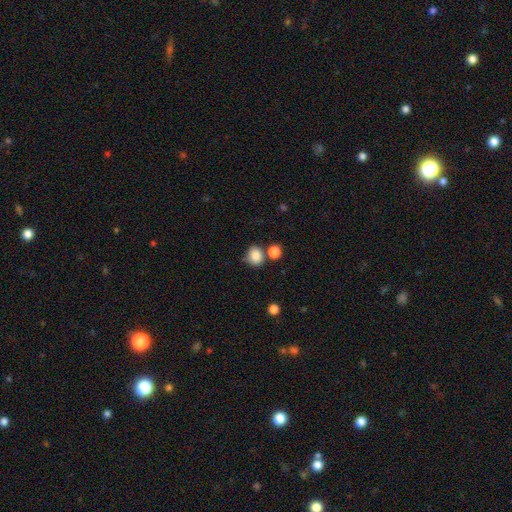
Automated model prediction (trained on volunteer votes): Smooth or featured: smooth — 86% (star or artifact — 10%)
How rounded: round — 64% (in between — 36%)
Merging: none — 63% (merger — 18%)